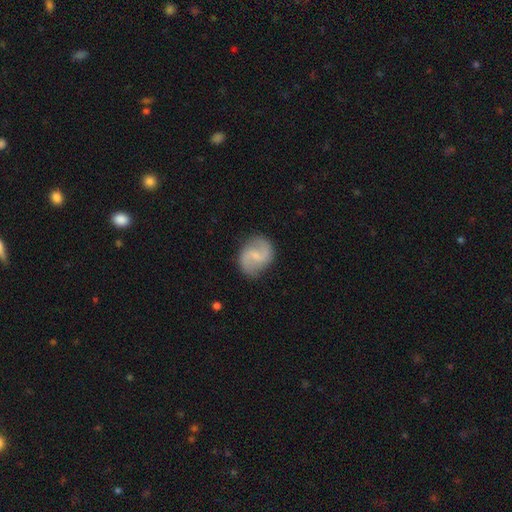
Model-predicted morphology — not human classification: This appears to be a featured or disk galaxy (77%) with a weak bar (56%), 2 (92%) loose (48%) spiral arms (94%) and a small central bulge (56%). Merging: none (83%).